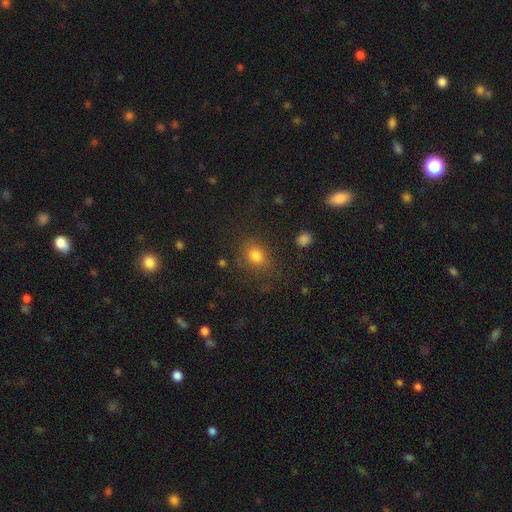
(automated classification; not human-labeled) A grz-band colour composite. It shows a smooth galaxy with no disk features (77%) that is in between round and cigar-shaped (50%). Merging: none (75%).